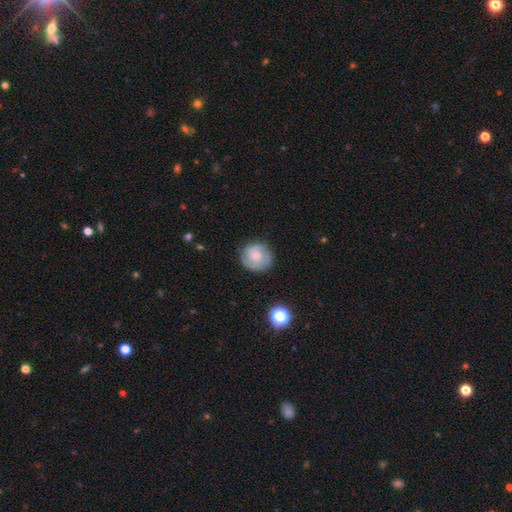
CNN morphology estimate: type=smooth (54%); roundness=round (89%); merging=none (76%).